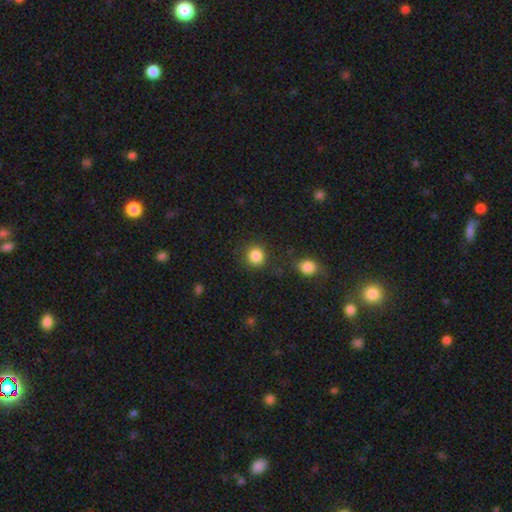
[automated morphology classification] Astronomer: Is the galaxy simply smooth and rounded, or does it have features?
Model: smooth — 87%.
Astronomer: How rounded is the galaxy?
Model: round — 90%.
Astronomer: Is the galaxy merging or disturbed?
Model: none — 85%.